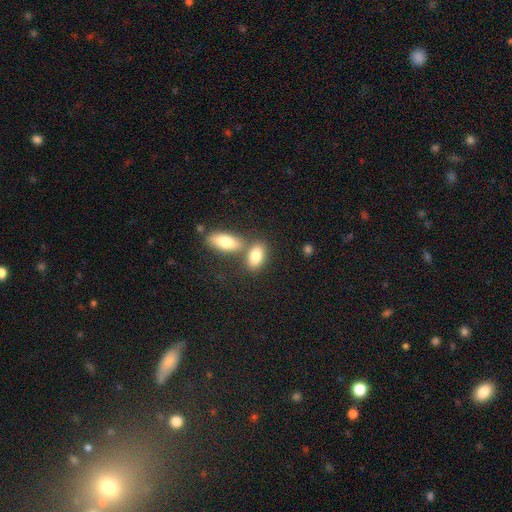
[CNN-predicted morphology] smooth-or-featured: smooth: 82% | featured or disk: 11% | star or artifact: 7%
  how-rounded: in between: 88% | round: 7% | cigar-shaped: 6%
  merging: none: 50% | merger: 36% | minor disturbance: 10% | major disturbance: 4%